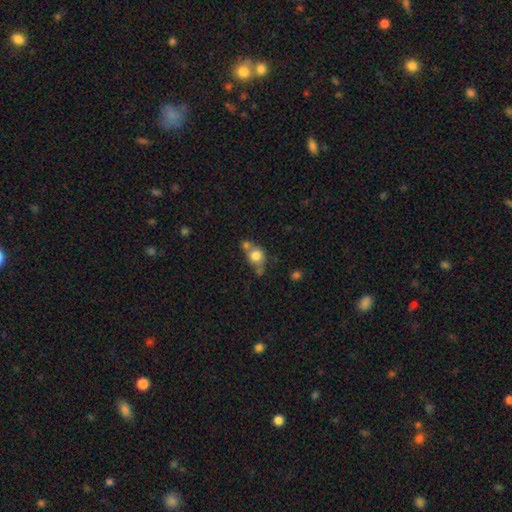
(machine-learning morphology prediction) The model was most divided on "merging": merger: 41%, none: 39%, minor disturbance: 15%, major disturbance: 6%. More confident: smooth or featured — smooth (76%); how rounded — round (68%).